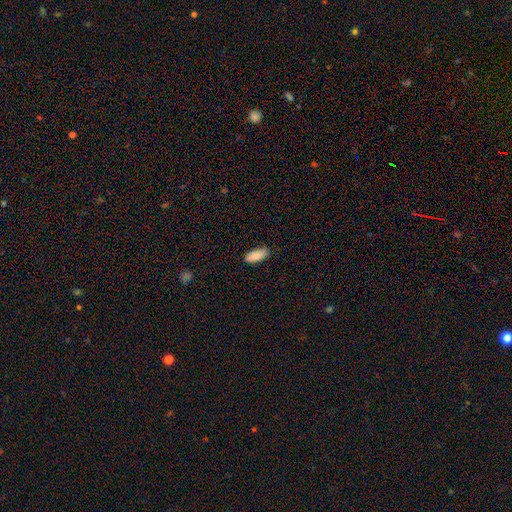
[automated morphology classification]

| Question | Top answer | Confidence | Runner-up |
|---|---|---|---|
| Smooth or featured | smooth | 89% | star or artifact (7%) |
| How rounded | in between | 84% | cigar-shaped (15%) |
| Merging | none | 83% | minor disturbance (14%) |